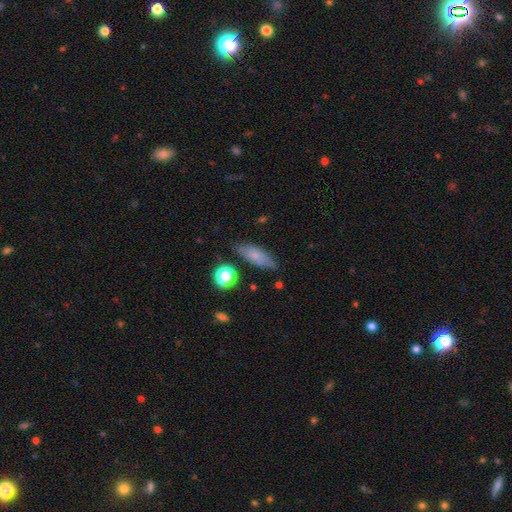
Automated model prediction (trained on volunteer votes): Overall: smooth (71%). How rounded: in between (65%; cigar-shaped 30%). Merging: none (71%).